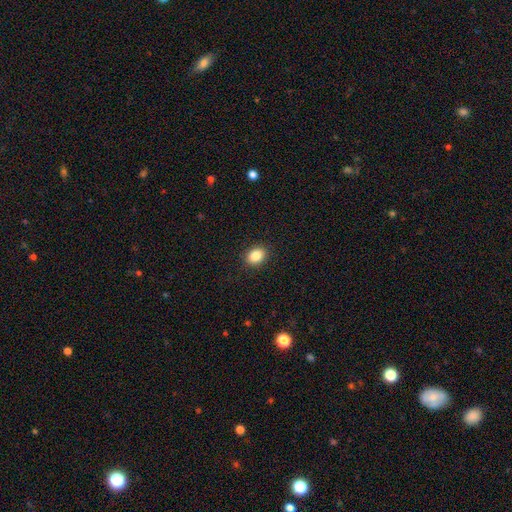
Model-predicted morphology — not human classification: Overall: smooth (86%). How rounded: in between (56%; round 43%). Merging: none (90%).